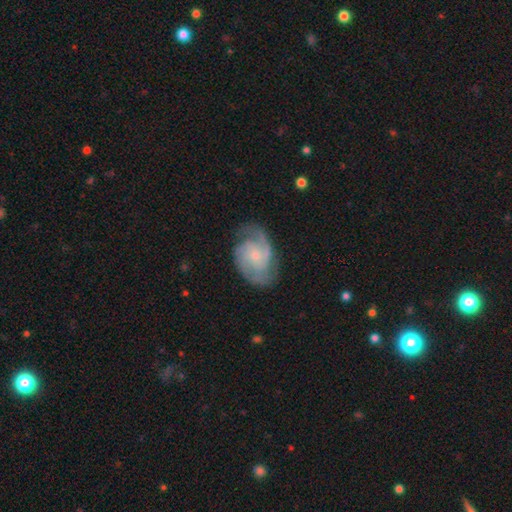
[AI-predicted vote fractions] Smooth or featured? Predicted: featured or disk (p=0.84). Edge-on disk? Predicted: no (p=0.98). Bar? Predicted: no (p=0.65). Spiral arms? Predicted: yes (p=0.96). Spiral winding? Predicted: medium (p=0.47). Spiral arm count? Predicted: 2 (p=0.44). Bulge size? Predicted: small (p=0.69). Merging? Predicted: none (p=0.70).